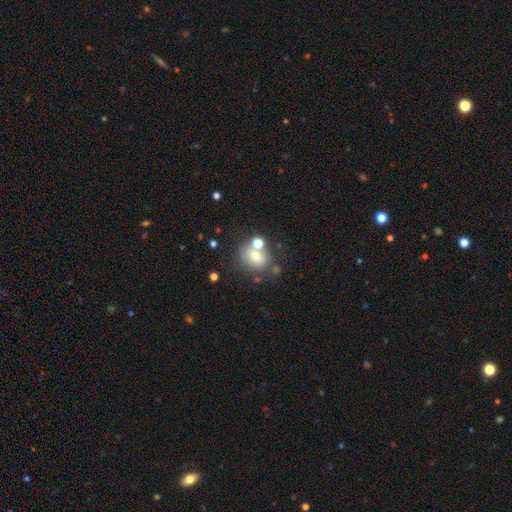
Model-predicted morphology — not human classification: A smooth galaxy with no disk features (65%) that is round (67%). Merging: none (52%).